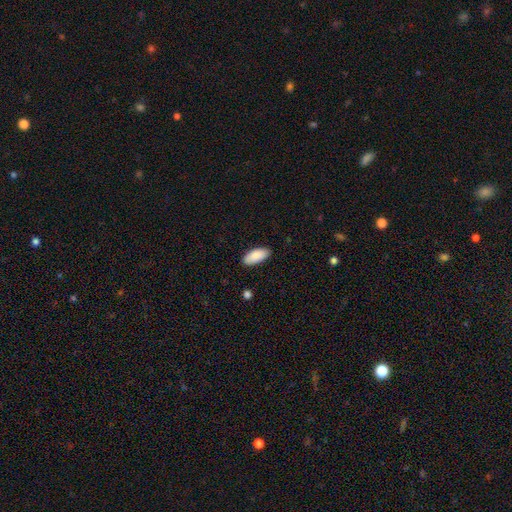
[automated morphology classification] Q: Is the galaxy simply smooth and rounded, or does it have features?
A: smooth — 89%.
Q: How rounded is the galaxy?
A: in between — 90%.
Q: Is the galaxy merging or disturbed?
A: none — 88%.